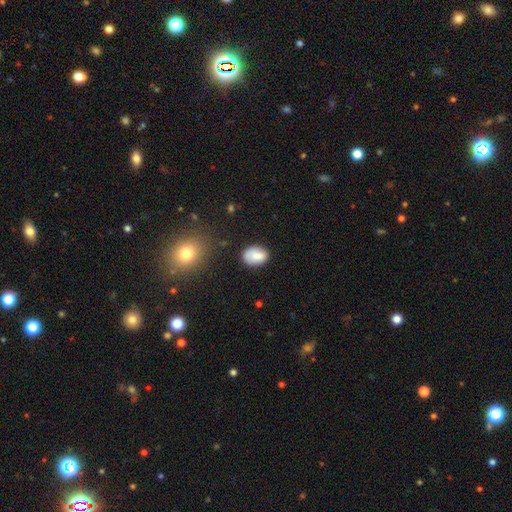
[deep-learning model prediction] This is clearly a smooth galaxy (81%). How rounded: likely in between (79%). Merging: likely none (70%).